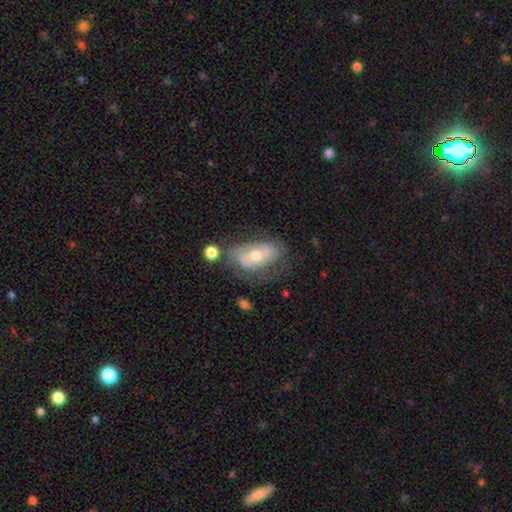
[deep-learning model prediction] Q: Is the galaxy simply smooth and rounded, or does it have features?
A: featured or disk — 62%.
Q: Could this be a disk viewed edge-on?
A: no — 90%.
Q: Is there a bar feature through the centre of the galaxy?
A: no — 50%.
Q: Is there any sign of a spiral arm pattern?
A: yes — 63%.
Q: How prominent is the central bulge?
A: moderate — 62%.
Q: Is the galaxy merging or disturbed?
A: none — 49%.